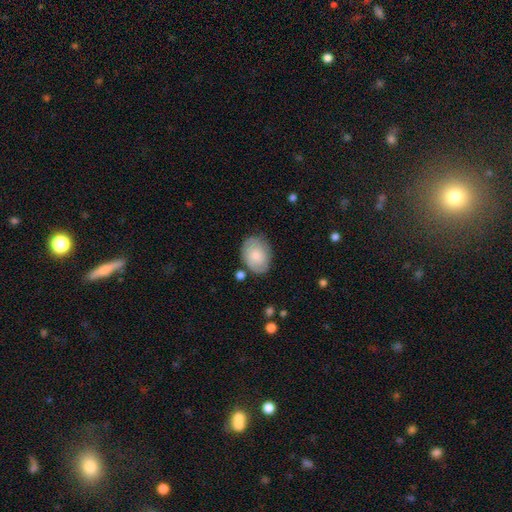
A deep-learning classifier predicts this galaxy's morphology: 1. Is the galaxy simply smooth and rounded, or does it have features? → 66% smooth, 27% featured or disk, 7% star or artifact.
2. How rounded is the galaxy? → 72% in between, 27% round, 1% cigar-shaped.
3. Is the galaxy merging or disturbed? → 74% none, 18% minor disturbance, 5% major disturbance, 3% merger.